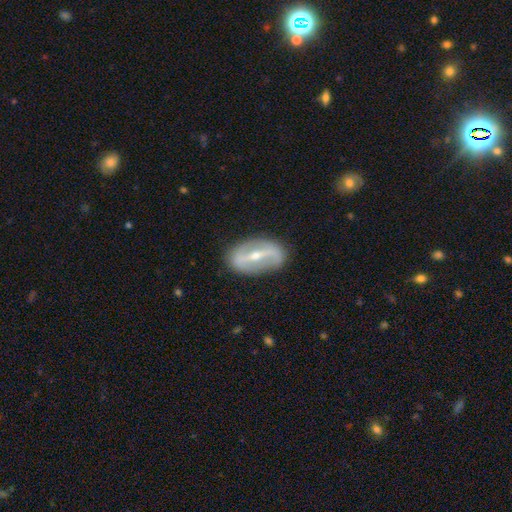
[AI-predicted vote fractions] A featured or disk galaxy (81%) with a strong bar (75%), spiral arms (56%) and a small central bulge (56%). Merging: none (85%).